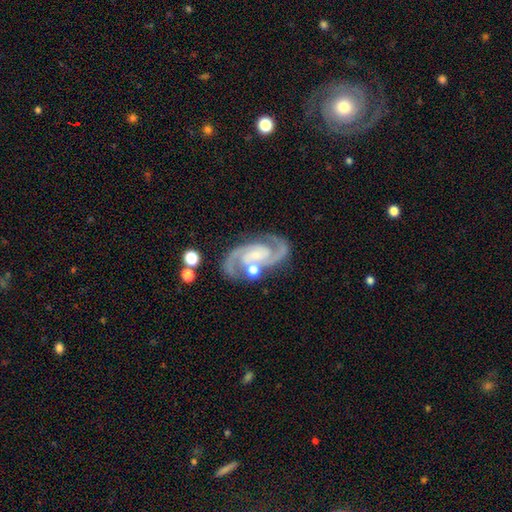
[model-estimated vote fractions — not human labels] Smooth or featured? Predicted: featured or disk (p=0.92). Edge-on disk? Predicted: no (p=0.98). Bar? Predicted: weak (p=0.41, tied with no). Spiral arms? Predicted: yes (p=0.98). Spiral winding? Predicted: medium (p=0.58). Spiral arm count? Predicted: 2 (p=0.93). Bulge size? Predicted: small (p=0.47). Merging? Predicted: none (p=0.72).